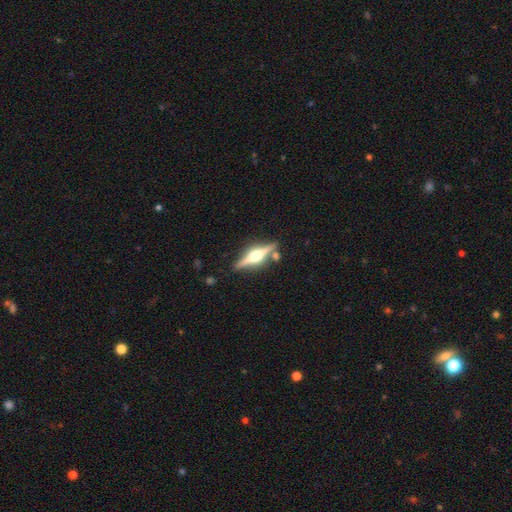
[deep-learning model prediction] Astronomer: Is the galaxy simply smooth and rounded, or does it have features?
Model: featured or disk — 82%.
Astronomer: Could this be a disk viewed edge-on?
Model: yes — 98%.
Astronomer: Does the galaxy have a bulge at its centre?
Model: rounded — 95%.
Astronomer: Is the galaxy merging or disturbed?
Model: none — 83%.